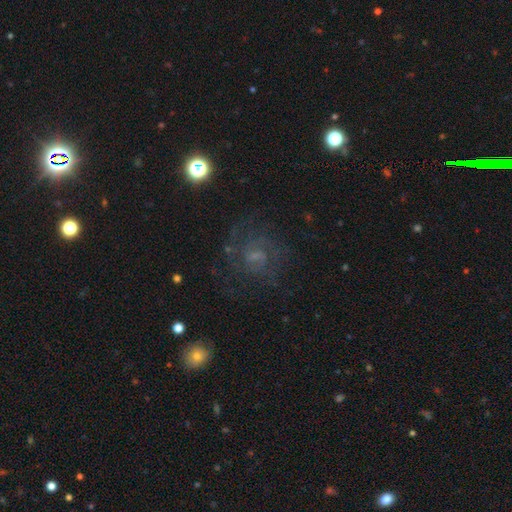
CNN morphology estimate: Smooth or featured?
  - featured or disk: 59% *
  - smooth: 22%
  - star or artifact: 19%
Edge-on disk?
  - no: 97% *
  - yes: 3%
Bar?
  - no: 50% *
  - weak: 42%
  - strong: 8%
Spiral arms?
  - yes: 79% *
  - no: 21%
Bulge size?
  - small: 42% *
  - none: 30%
  - moderate: 24%
  - large: 3%
  - dominant: 1%
Merging?
  - none: 64% *
  - major disturbance: 17%
  - minor disturbance: 17%
  - merger: 2%